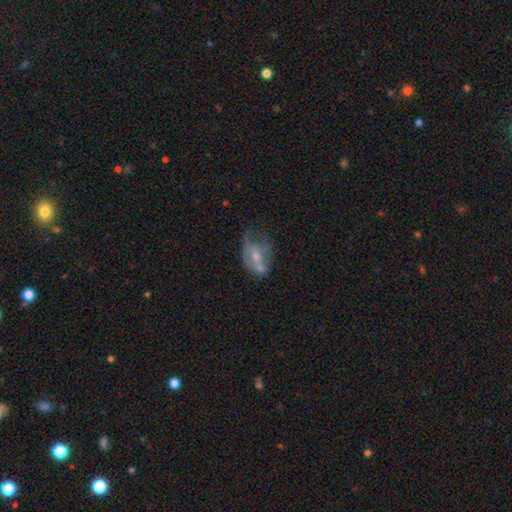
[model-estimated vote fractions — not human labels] Smooth or featured? featured or disk (56%)
Edge-on disk? no (96%)
Bar? no (67%)
Spiral arms? no (68%)
Bulge size? moderate (45%)
Merging? none (28%)